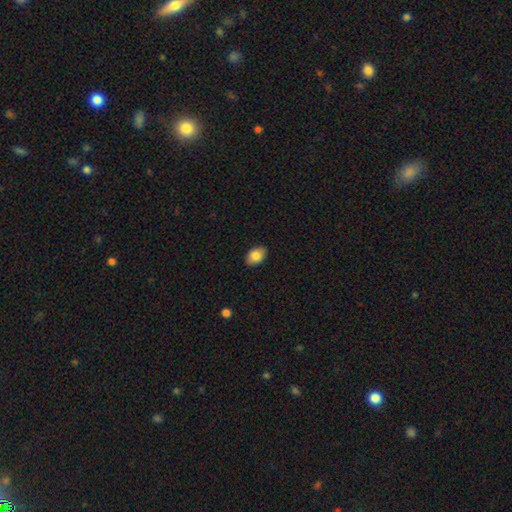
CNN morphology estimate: Smooth or featured? Predicted: smooth (p=0.85). How rounded? Predicted: in between (p=0.85). Merging? Predicted: none (p=0.88).